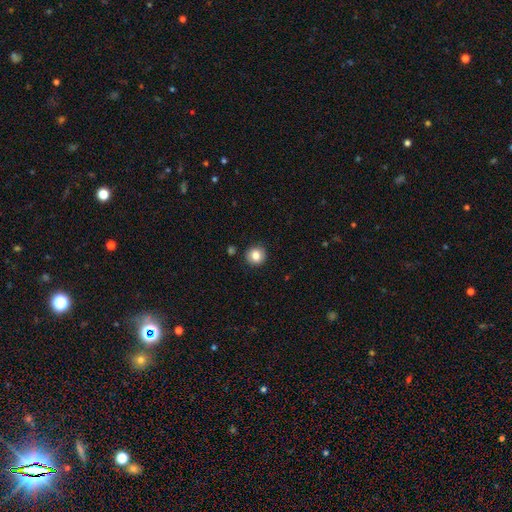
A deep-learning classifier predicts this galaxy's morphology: smooth 83%, star or artifact 10%, featured or disk 8%. Down the decision tree: how rounded — round (92%); merging — none (90%).